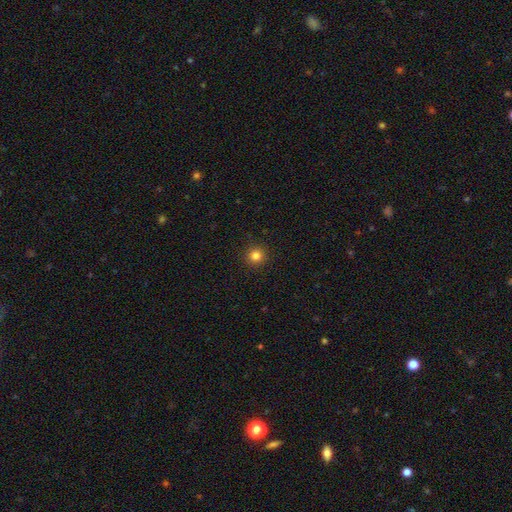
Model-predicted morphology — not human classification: Smooth or featured? smooth (83%)
How rounded? round (95%)
Merging? none (92%)